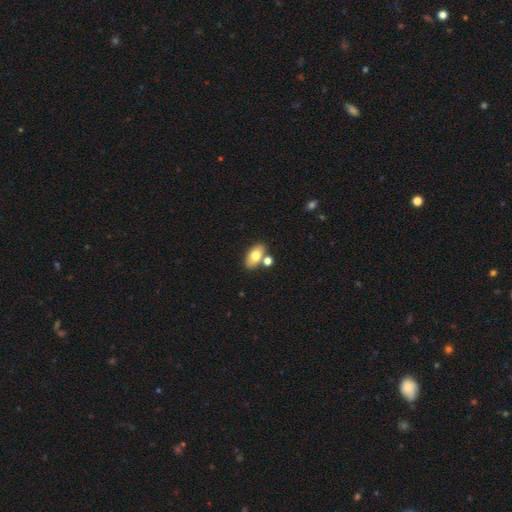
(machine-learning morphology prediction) Smooth or featured: smooth — 75% (featured or disk — 18%)
How rounded: in between — 90% (round — 7%)
Merging: none — 68% (merger — 19%)